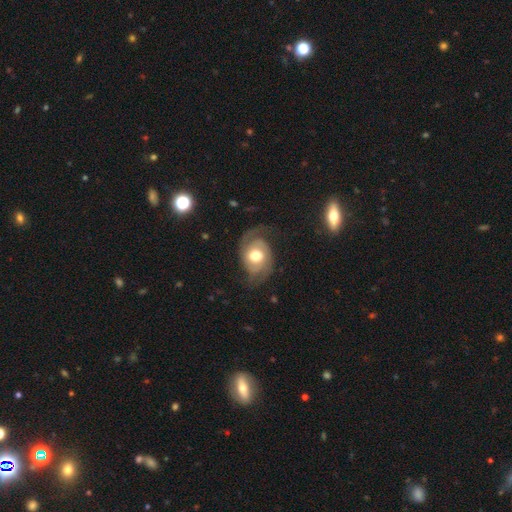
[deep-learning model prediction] Smooth or featured?
  - featured or disk: 77% *
  - smooth: 17%
  - star or artifact: 6%
Edge-on disk?
  - no: 97% *
  - yes: 3%
Bar?
  - no: 65% *
  - weak: 28%
  - strong: 7%
Spiral arms?
  - yes: 92% *
  - no: 8%
Spiral winding?
  - medium: 44% *
  - tight: 29%
  - loose: 27%
Spiral arm count?
  - 2: 80% *
  - can't tell: 7%
  - 1: 6%
  - 3: 3%
  - 4: 2%
  - more than 4: 1%
Bulge size?
  - moderate: 66% *
  - large: 25%
  - small: 6%
  - dominant: 2%
  - none: 1%
Merging?
  - none: 63% *
  - minor disturbance: 19%
  - major disturbance: 16%
  - merger: 1%